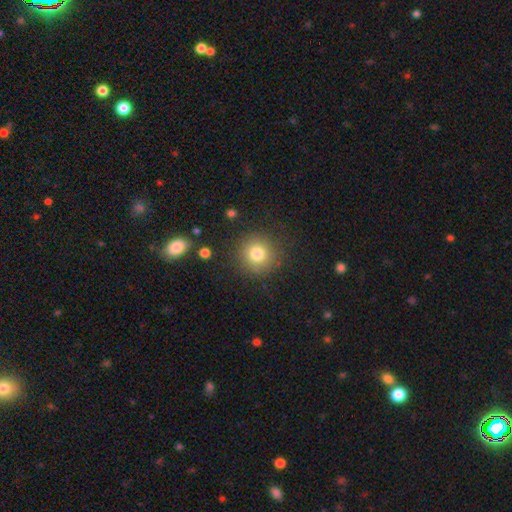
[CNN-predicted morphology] The model was most divided on "smooth or featured": smooth: 79%, star or artifact: 12%, featured or disk: 8%. More confident: how rounded — round (94%); merging — none (88%).